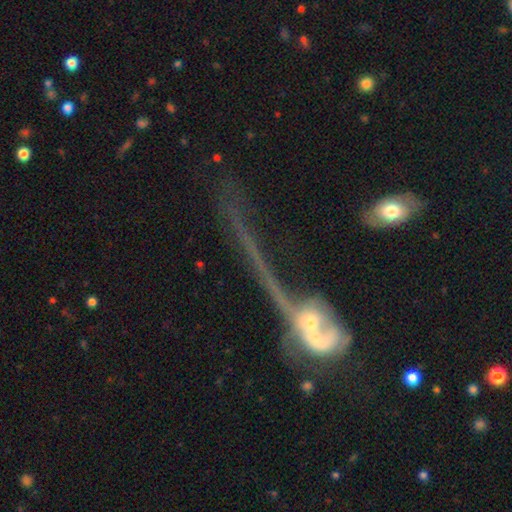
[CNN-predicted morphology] Smooth or featured: featured or disk — 62% (smooth — 21%)
Edge-on disk: yes — 52% (no — 48%)
Merging: merger — 43% (none — 23%)